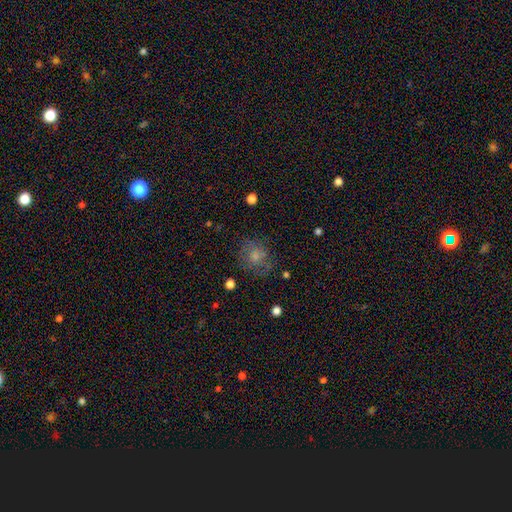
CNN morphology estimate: This appears to be a smooth galaxy with no disk features (69%) that is round (77%). Merging: none (67%).